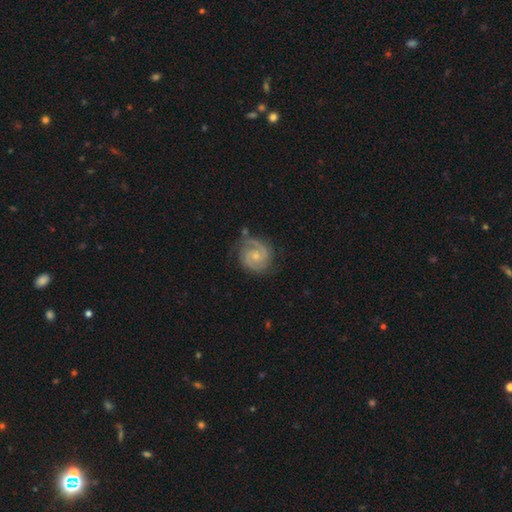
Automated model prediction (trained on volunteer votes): The model was most divided on "spiral winding": tight: 51%, medium: 41%, loose: 8%. More confident: edge-on disk — no (98%); spiral arms — yes (98%); smooth or featured — featured or disk (87%); spiral arm count — 2 (85%); merging — none (71%); bulge size — small (62%); bar — no (60%).